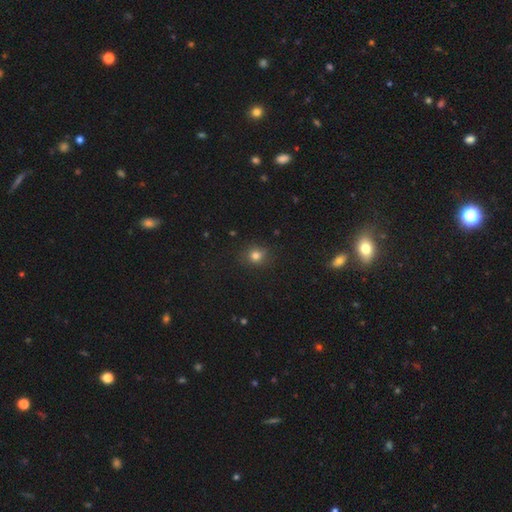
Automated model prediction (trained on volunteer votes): A smooth galaxy with no disk features (76%) that is round (81%). Merging: none (83%).